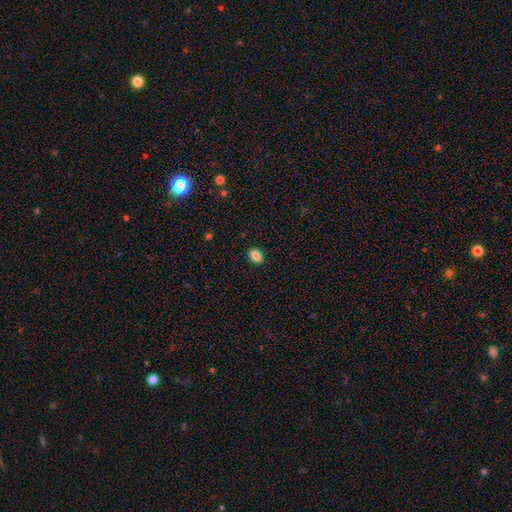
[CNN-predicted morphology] smooth_or_featured: smooth (p=0.85) [alt: star or artifact p=0.09]
how_rounded: in between (p=0.74) [alt: round p=0.24]
merging: none (p=0.89) [alt: minor disturbance p=0.08]